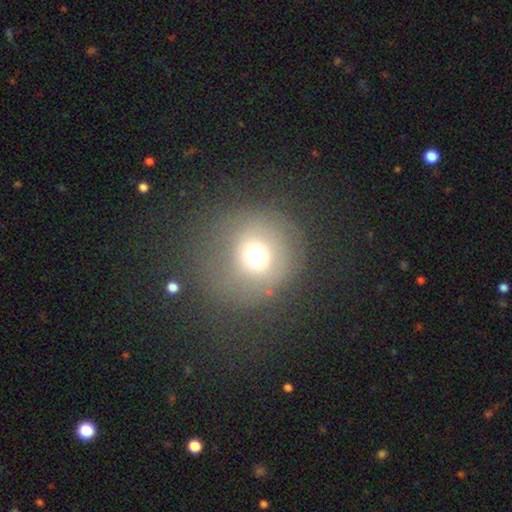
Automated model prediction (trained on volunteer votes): This is likely a smooth galaxy (67%). How rounded: clearly round (90%). Merging: likely none (67%).